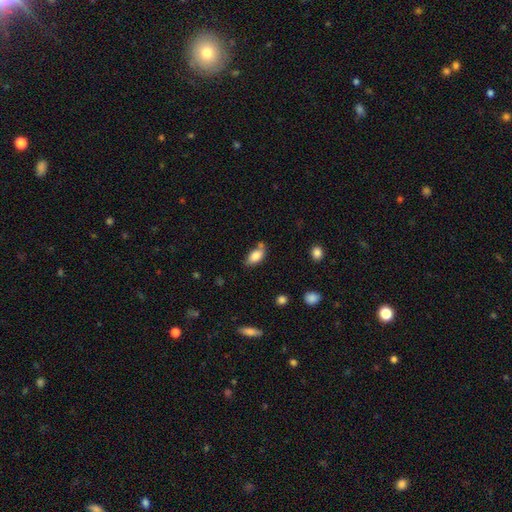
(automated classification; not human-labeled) Morphology: type=smooth (81%); roundness=in between (91%); merging=none (56%).